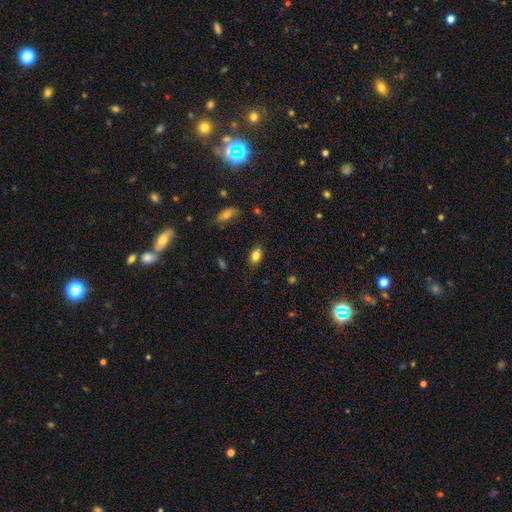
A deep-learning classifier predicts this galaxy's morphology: Smooth or featured? smooth (83%)
How rounded? in between (86%)
Merging? none (83%)